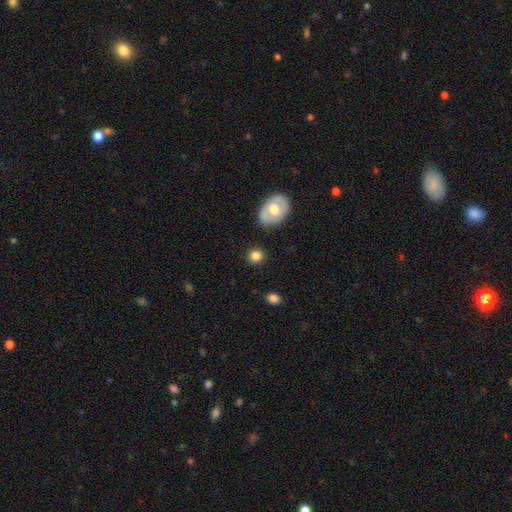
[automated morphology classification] A smooth galaxy with no disk features (81%) that is round (80%). Merging: none (85%).